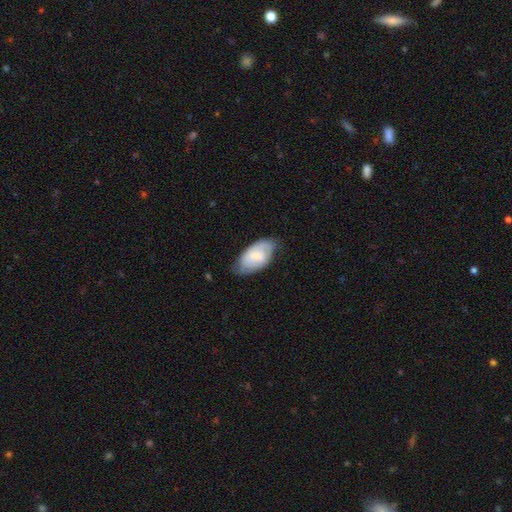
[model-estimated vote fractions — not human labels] This is possibly a smooth galaxy (57%). How rounded: clearly in between (94%). Merging: possibly none (60%).